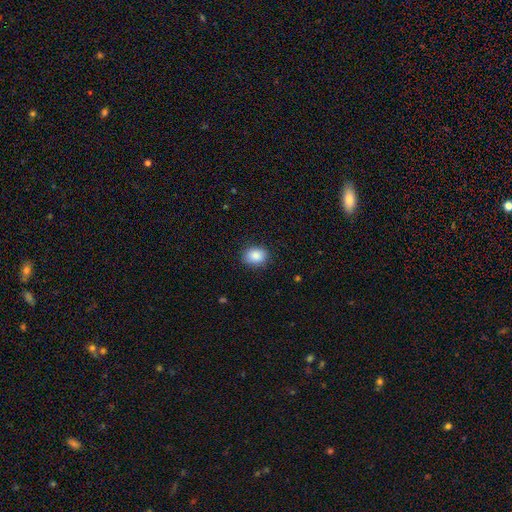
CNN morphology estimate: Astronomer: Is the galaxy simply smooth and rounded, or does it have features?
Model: smooth — 88%.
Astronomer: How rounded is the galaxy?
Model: in between — 59% (runner-up: round, 40%).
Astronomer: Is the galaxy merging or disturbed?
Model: none — 85%.